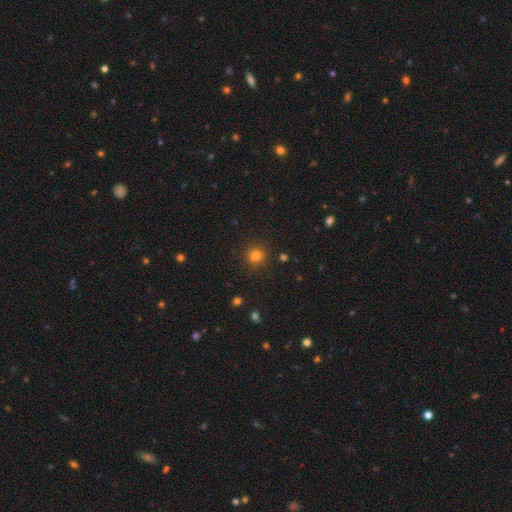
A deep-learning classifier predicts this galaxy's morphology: Smooth or featured? smooth (80%)
How rounded? round (89%)
Merging? none (88%)